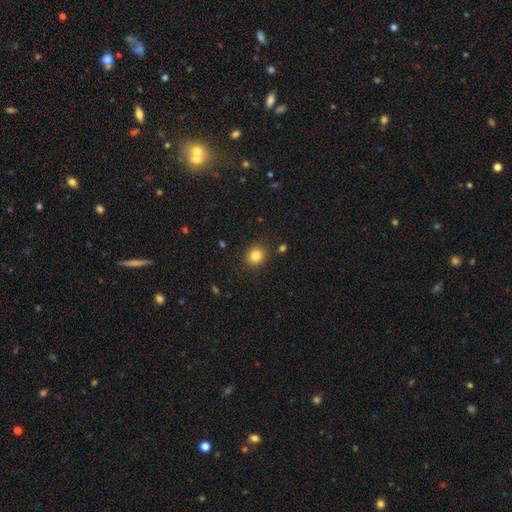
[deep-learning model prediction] smooth_or_featured: smooth (p=0.83) [alt: star or artifact p=0.11]
how_rounded: round (p=0.78) [alt: in between p=0.21]
merging: none (p=0.89) [alt: minor disturbance p=0.07]